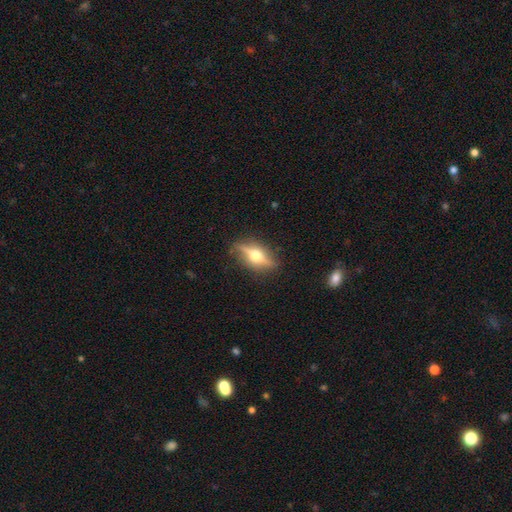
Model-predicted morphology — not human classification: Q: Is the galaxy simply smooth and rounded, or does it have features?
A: featured or disk — 67%.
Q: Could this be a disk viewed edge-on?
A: yes — 89%.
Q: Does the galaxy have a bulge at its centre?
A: rounded — 95%.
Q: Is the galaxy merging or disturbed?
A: none — 83%.